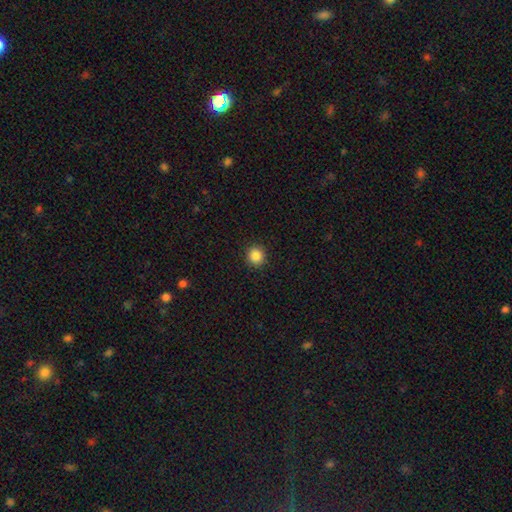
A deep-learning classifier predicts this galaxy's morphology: Smooth or featured?
  - smooth: 86% *
  - star or artifact: 10%
  - featured or disk: 3%
How rounded?
  - round: 93% *
  - in between: 6%
  - cigar-shaped: 1%
Merging?
  - none: 92% *
  - minor disturbance: 5%
  - major disturbance: 2%
  - merger: 1%